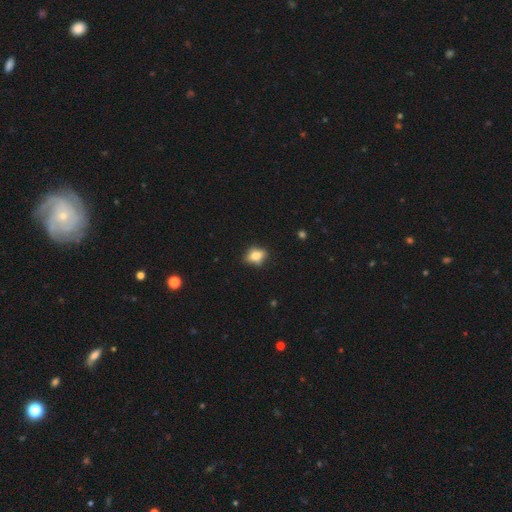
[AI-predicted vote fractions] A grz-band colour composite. It shows a smooth galaxy with no disk features (76%) that is in between round and cigar-shaped (68%). Merging: none (72%).